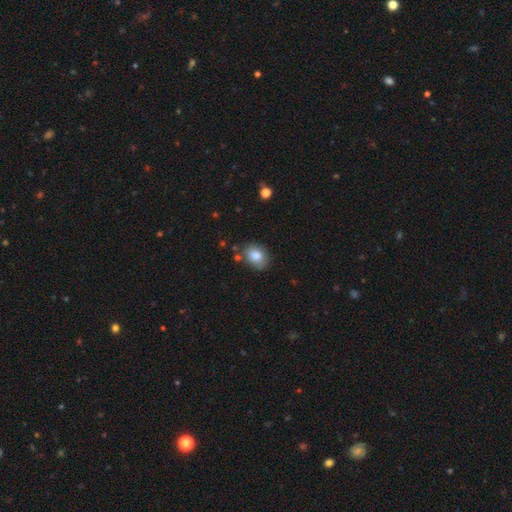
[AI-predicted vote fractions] Morphology: type=smooth (84%); roundness=in between (59%); merging=none (73%).